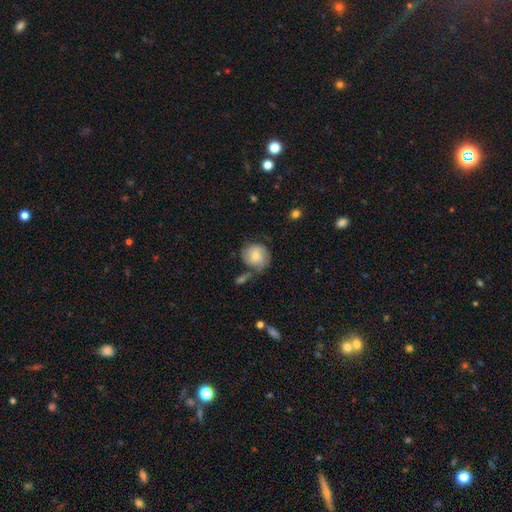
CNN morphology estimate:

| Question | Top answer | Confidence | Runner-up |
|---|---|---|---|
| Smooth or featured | smooth | 52% | featured or disk (40%) |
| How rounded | round | 80% | in between (19%) |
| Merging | none | 54% | minor disturbance (24%) |